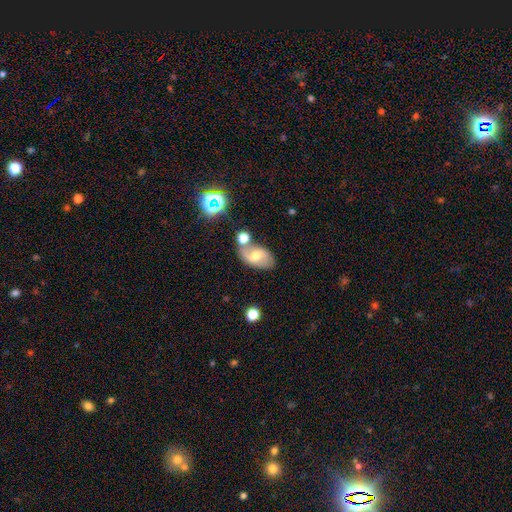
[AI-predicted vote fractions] A featured or disk galaxy (46%).

Vote fractions:
- Smooth or featured? featured or disk: 46% / smooth: 43% / star or artifact: 11%
- Merging? none: 56% / merger: 19% / minor disturbance: 19% / major disturbance: 6%